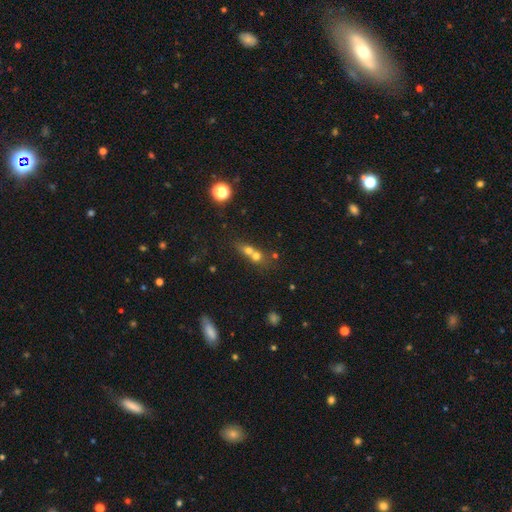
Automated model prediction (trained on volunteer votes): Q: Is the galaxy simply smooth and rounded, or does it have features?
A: smooth — 61%.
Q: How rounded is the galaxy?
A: round — 65%.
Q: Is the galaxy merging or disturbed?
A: merger — 66%.